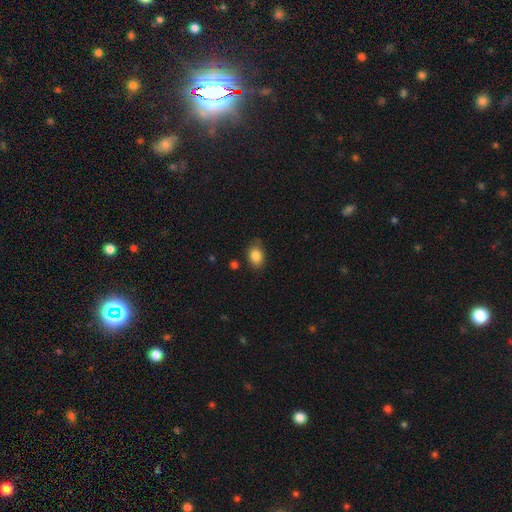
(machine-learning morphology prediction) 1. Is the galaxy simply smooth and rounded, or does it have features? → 86% smooth, 9% star or artifact, 5% featured or disk.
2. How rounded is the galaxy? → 69% in between, 30% round, 1% cigar-shaped.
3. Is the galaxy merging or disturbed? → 77% none, 17% minor disturbance, 4% major disturbance, 2% merger.